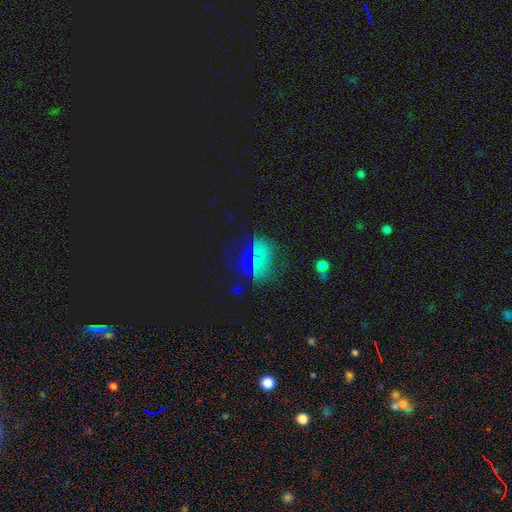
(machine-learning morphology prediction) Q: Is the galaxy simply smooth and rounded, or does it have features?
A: smooth — 45%.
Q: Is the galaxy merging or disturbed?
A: none — 69%.